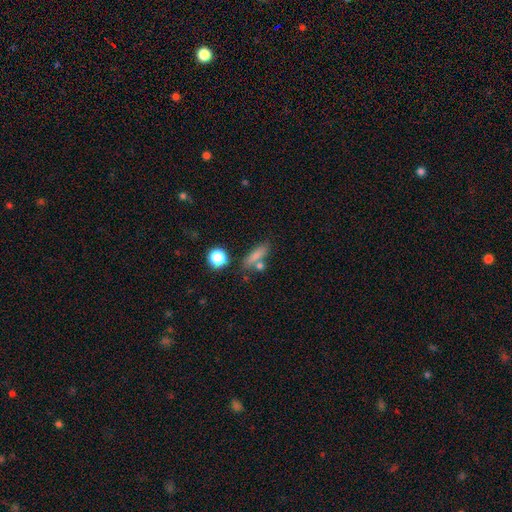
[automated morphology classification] This appears to be a smooth galaxy with no disk features (78%) that is cigar-shaped (50%). Merging: none (66%).